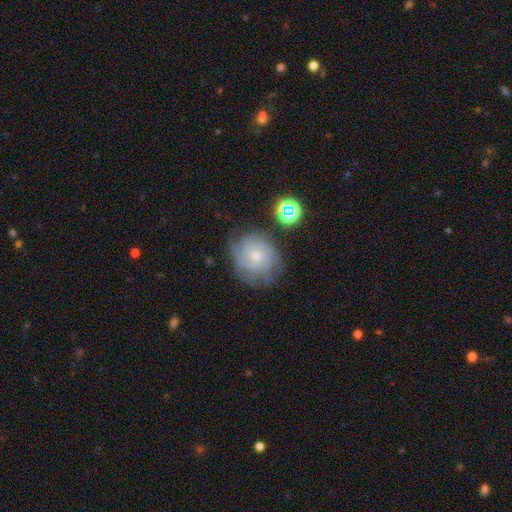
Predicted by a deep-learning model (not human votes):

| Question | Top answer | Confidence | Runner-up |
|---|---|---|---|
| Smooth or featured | featured or disk | 76% | smooth (15%) |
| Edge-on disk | no | 98% | yes (2%) |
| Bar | no | 70% | weak (27%) |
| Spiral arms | yes | 95% | no (5%) |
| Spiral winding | tight | 63% | medium (30%) |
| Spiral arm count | can't tell | 32% | 3 (27%) |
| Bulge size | small | 58% | moderate (32%) |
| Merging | none | 73% | minor disturbance (18%) |